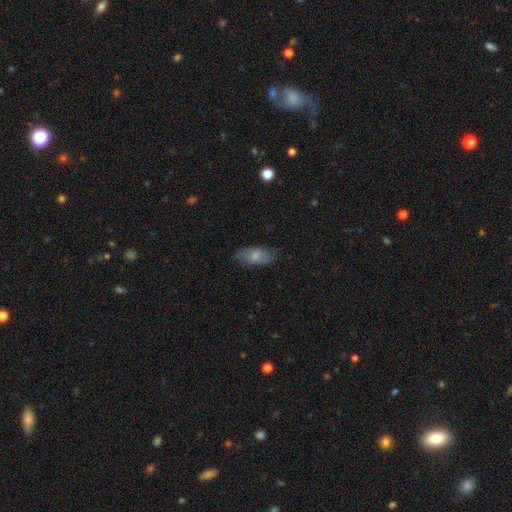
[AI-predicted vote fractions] Morphology: type=smooth (71%); roundness=in between (90%); merging=none (74%).